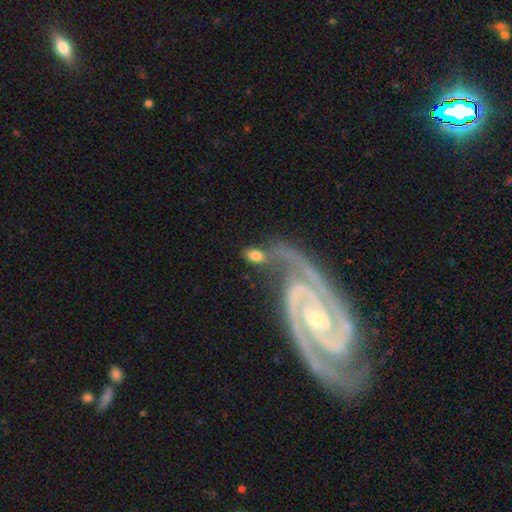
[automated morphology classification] type=smooth (69%); roundness=in between (87%); merging=none (49%).